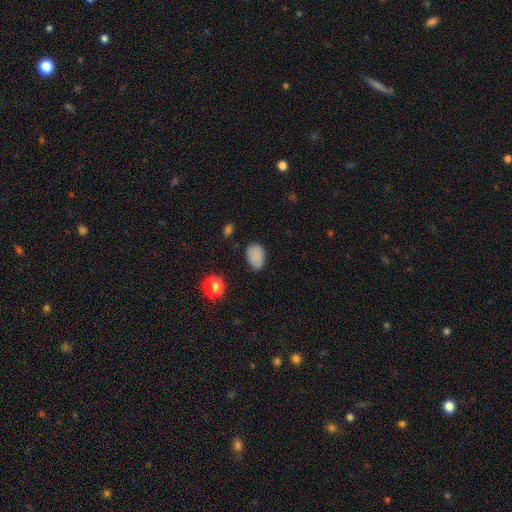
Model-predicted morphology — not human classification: This appears to be a smooth galaxy with no disk features (83%) that is in between round and cigar-shaped (83%). Merging: none (72%).